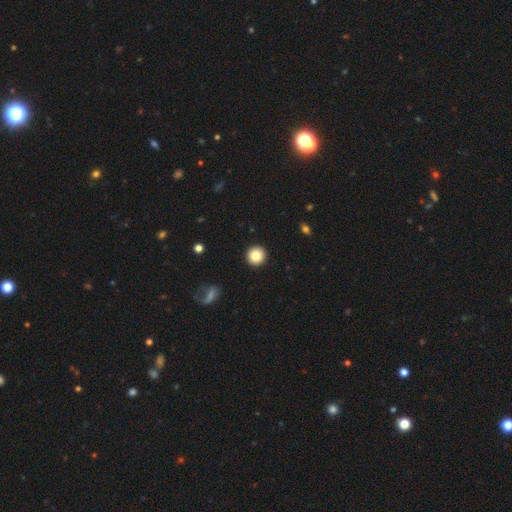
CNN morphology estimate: This is clearly a smooth galaxy (85%). How rounded: clearly round (95%). Merging: clearly none (93%).